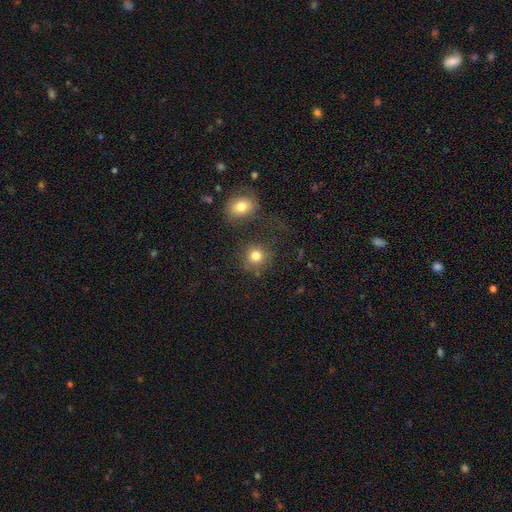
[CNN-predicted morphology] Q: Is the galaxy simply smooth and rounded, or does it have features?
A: smooth — 80%.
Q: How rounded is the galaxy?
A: round — 87%.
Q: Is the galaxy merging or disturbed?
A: none — 71%.